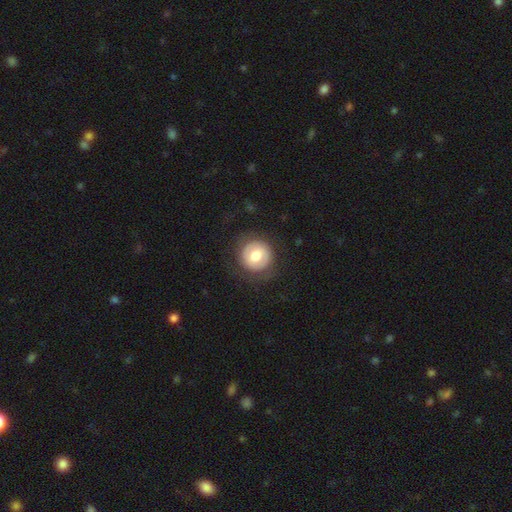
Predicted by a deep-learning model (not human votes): Smooth or featured? Predicted: smooth (p=0.62). How rounded? Predicted: round (p=0.92). Merging? Predicted: none (p=0.80).